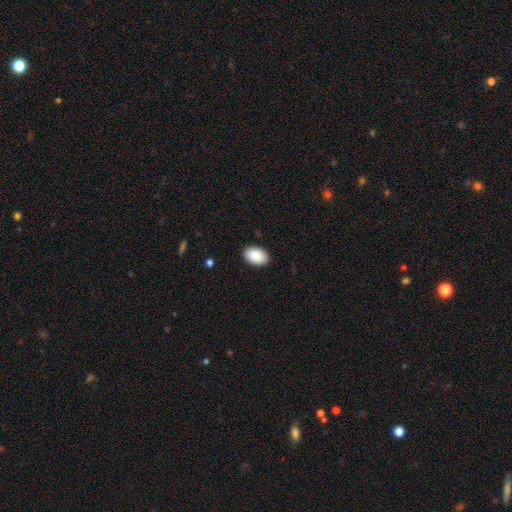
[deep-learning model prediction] Smooth or featured: smooth — 90% (star or artifact — 6%)
How rounded: in between — 90% (round — 9%)
Merging: none — 89% (minor disturbance — 8%)